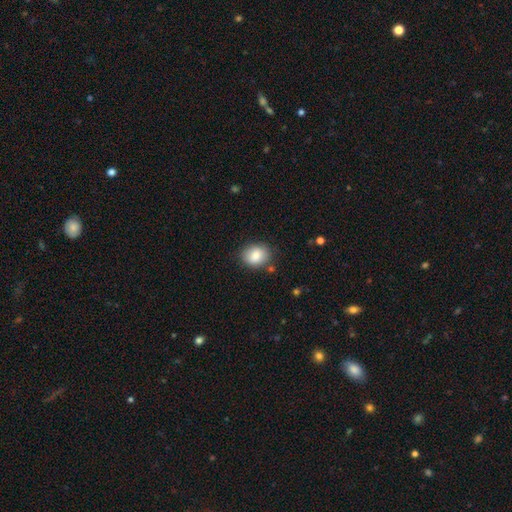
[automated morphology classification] A smooth galaxy with no disk features (85%) that is round (52%). Merging: none (80%).